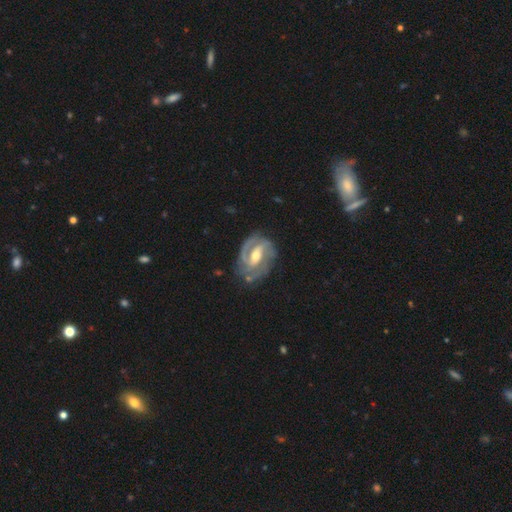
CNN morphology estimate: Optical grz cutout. It shows a featured or disk galaxy (90%) with a weak bar (44%), 2 (73%) tight (49%) spiral arms (97%) and a moderate central bulge (70%). Merging: none (72%).